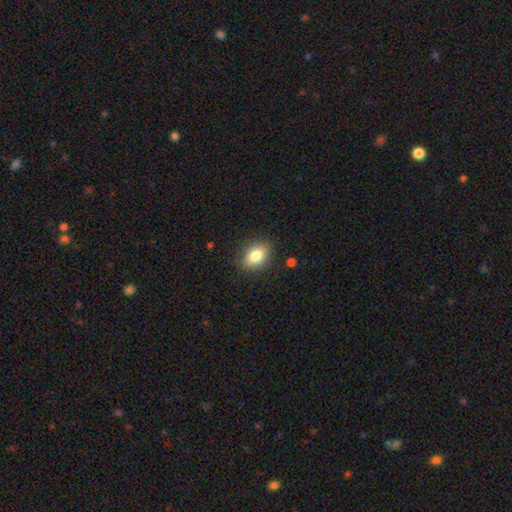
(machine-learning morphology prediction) A smooth galaxy with no disk features (82%) that is in between round and cigar-shaped (78%). Merging: none (84%).